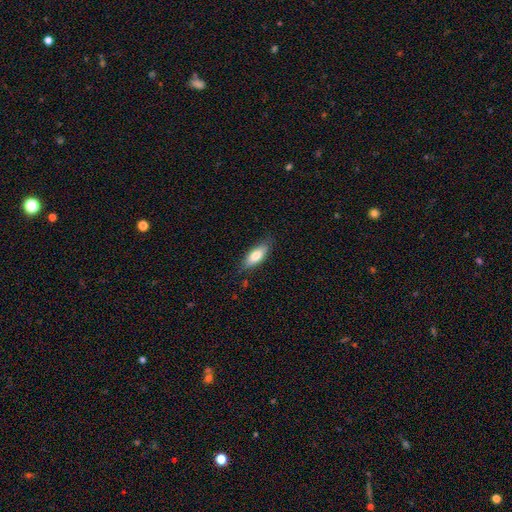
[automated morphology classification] Smooth or featured?
  - smooth: 76% *
  - featured or disk: 18%
  - star or artifact: 6%
How rounded?
  - in between: 75% *
  - cigar-shaped: 23%
  - round: 2%
Merging?
  - none: 80% *
  - minor disturbance: 16%
  - major disturbance: 3%
  - merger: 1%